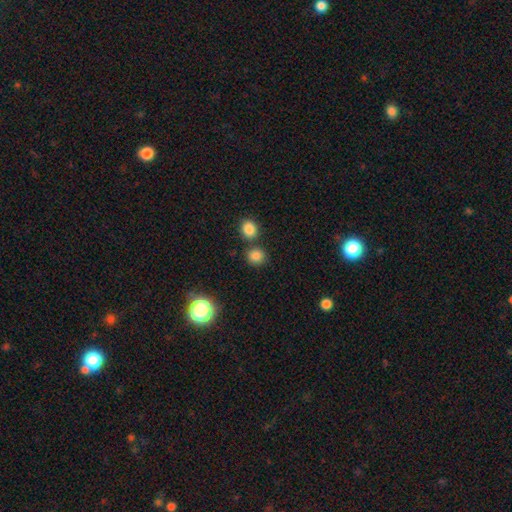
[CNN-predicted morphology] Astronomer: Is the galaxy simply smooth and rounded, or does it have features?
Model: smooth — 82%.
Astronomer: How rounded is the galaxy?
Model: round — 84%.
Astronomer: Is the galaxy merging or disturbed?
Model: none — 72%.